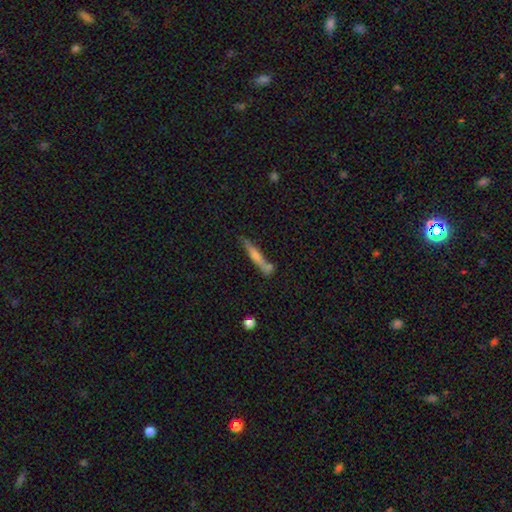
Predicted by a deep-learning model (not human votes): Smooth or featured? smooth (51%)
How rounded? cigar-shaped (92%)
Merging? none (68%)